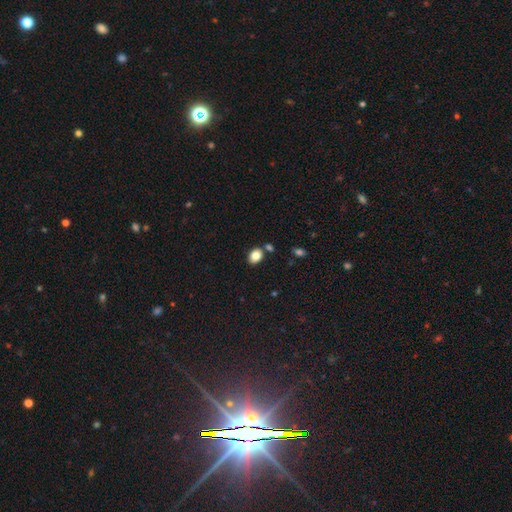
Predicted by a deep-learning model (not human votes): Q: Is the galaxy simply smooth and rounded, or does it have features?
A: smooth — 83%.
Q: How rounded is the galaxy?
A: in between — 70%.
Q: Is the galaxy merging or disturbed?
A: none — 76%.